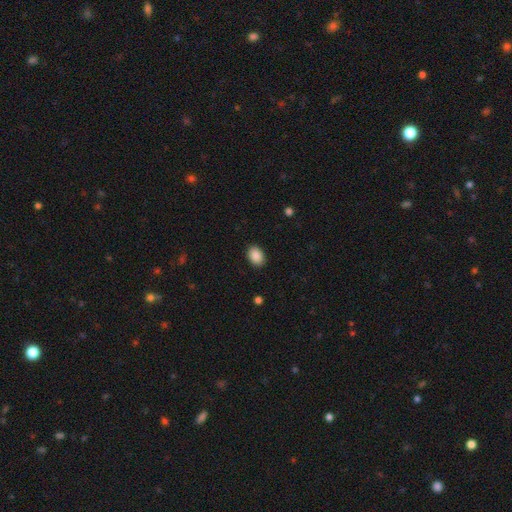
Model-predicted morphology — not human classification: type=smooth (89%); roundness=in between (78%); merging=none (89%).